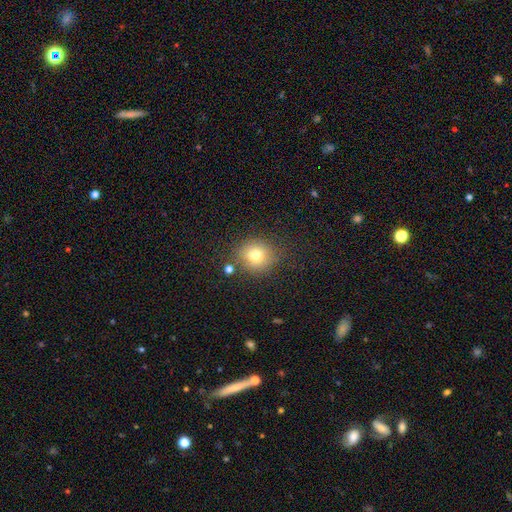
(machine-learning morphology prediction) Overall: smooth (75%). How rounded: round (83%). Merging: none (78%).